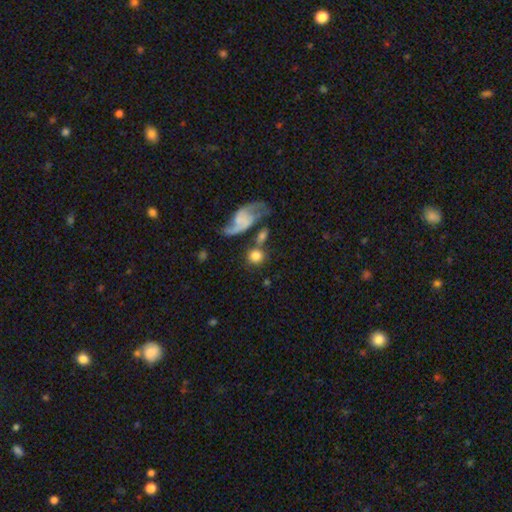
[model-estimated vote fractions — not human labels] smooth_or_featured: smooth (p=0.73) [alt: featured or disk p=0.19]
how_rounded: round (p=0.82) [alt: in between p=0.16]
merging: none (p=0.56) [alt: merger p=0.23]